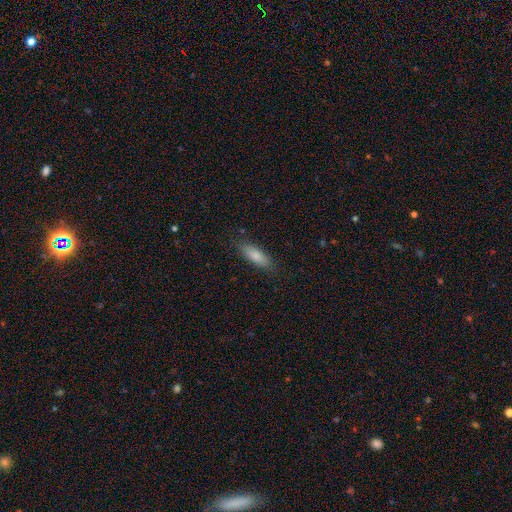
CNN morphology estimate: Q: Smooth or featured?
A: smooth (82%); runner-up: featured or disk (12%)
Q: How rounded?
A: in between (60%); runner-up: cigar-shaped (38%)
Q: Merging?
A: none (84%); runner-up: minor disturbance (13%)